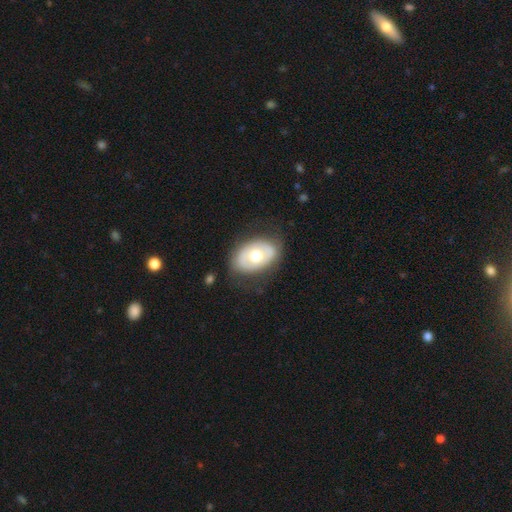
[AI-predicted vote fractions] This is possibly a smooth galaxy (49%). Merging: likely none (78%).